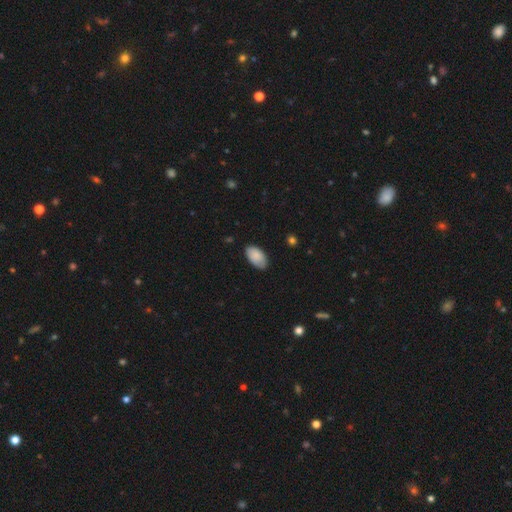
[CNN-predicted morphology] This is clearly a smooth galaxy (87%). How rounded: clearly in between (95%). Merging: likely none (77%).